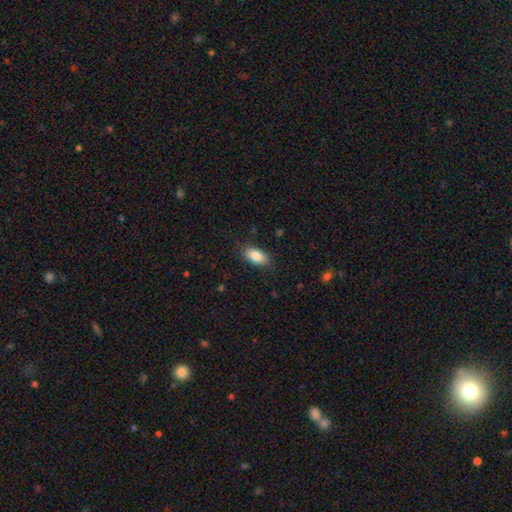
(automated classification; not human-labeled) smooth 88%, star or artifact 6%, featured or disk 6%. Down the decision tree: how rounded — in between (91%); merging — none (84%).